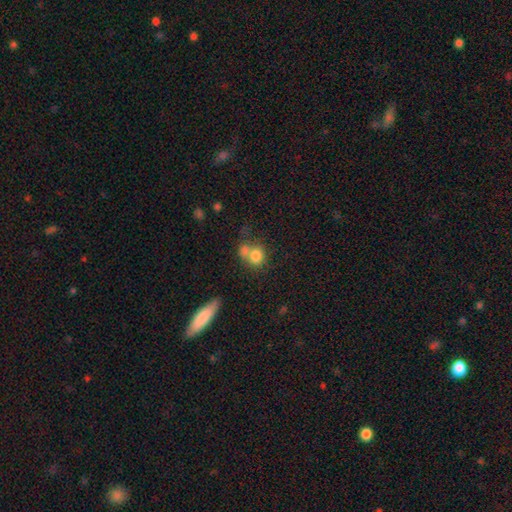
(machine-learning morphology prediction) smooth-or-featured: smooth: 78% | featured or disk: 12% | star or artifact: 10%
  how-rounded: round: 70% | in between: 28% | cigar-shaped: 1%
  merging: merger: 47% | none: 36% | minor disturbance: 11% | major disturbance: 6%